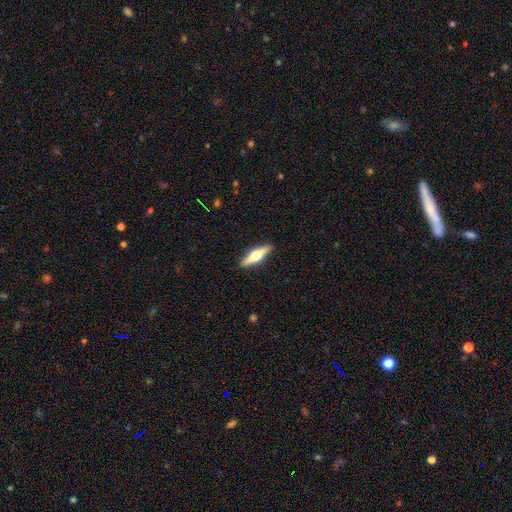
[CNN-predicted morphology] A featured or disk galaxy (60%) viewed edge-on (96%) with a rounded central bulge (95%).

Vote fractions:
- Smooth or featured? featured or disk: 60% / smooth: 35% / star or artifact: 5%
- Edge-on disk? yes: 96% / no: 4%
- Edge-on bulge? rounded: 95% / boxy: 3% / none: 2%
- Merging? none: 91% / minor disturbance: 7% / major disturbance: 2% / merger: 1%